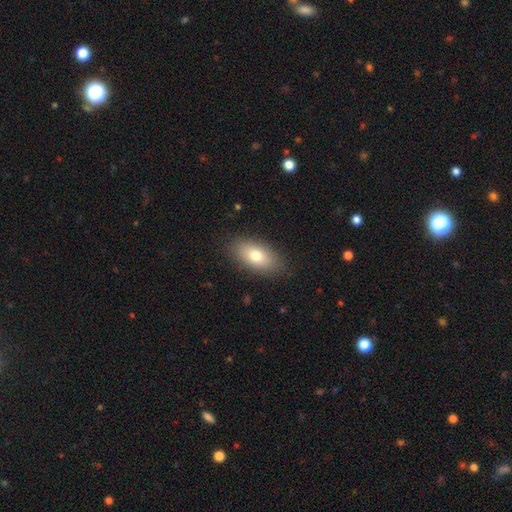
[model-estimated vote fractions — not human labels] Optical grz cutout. It shows a smooth galaxy with no disk features (75%) that is in between round and cigar-shaped (89%). Merging: none (86%).